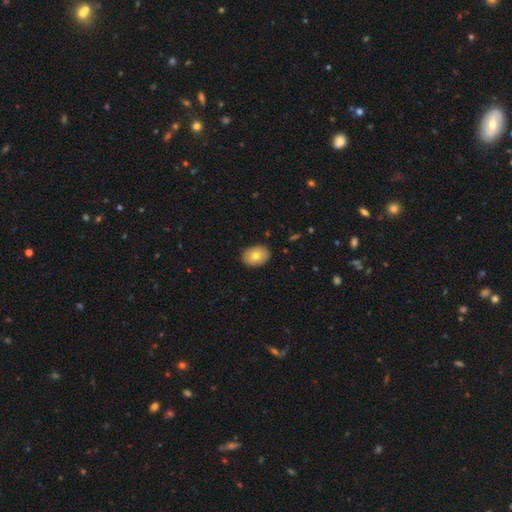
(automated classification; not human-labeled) Overall: smooth (70%). How rounded: in between (77%). Merging: none (89%).